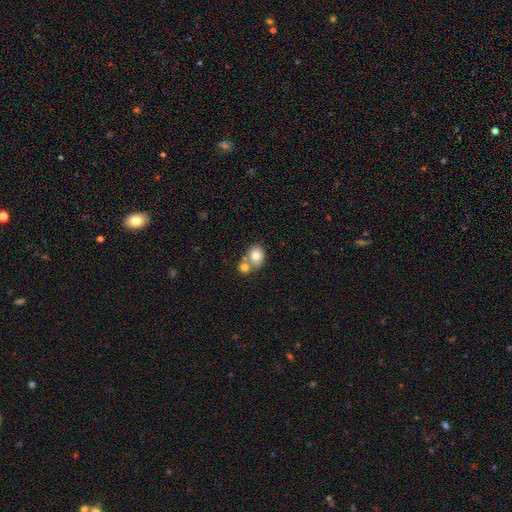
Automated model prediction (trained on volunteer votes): Q: Smooth or featured?
A: smooth (80%); runner-up: featured or disk (11%)
Q: How rounded?
A: round (54%); runner-up: in between (45%)
Q: Merging?
A: merger (45%); runner-up: none (43%)